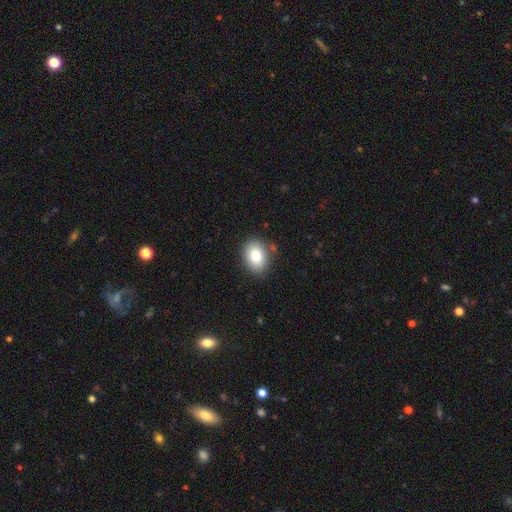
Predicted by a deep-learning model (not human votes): smooth-or-featured: smooth: 83% | featured or disk: 9% | star or artifact: 8%
  how-rounded: in between: 72% | round: 27% | cigar-shaped: 1%
  merging: none: 84% | minor disturbance: 11% | major disturbance: 3% | merger: 2%